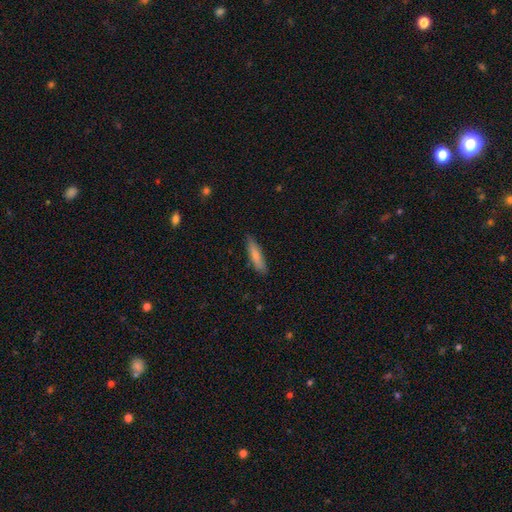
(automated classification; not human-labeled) This is likely a smooth galaxy (78%). How rounded: likely cigar-shaped (71%). Merging: clearly none (83%).